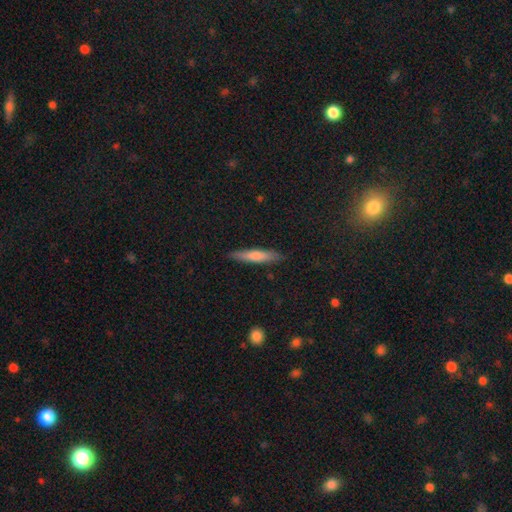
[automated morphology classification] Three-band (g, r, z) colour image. It shows a smooth galaxy with no disk features (60%) that is cigar-shaped (91%). Merging: none (89%).